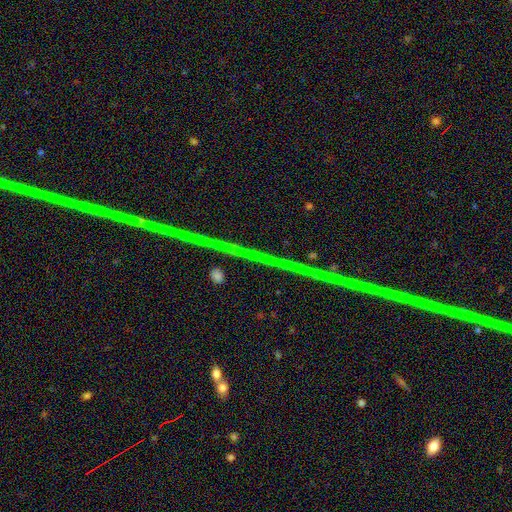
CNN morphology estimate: This appears to be a star or artifact, not a galaxy (70%).